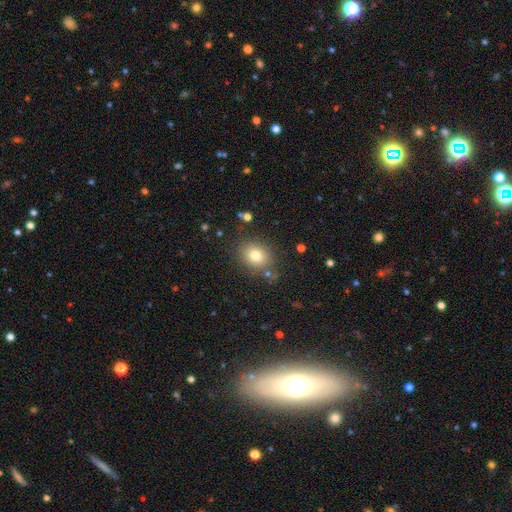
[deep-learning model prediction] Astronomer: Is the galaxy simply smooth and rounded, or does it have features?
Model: smooth — 78%.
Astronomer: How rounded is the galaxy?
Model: round — 63%.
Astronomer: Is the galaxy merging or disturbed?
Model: none — 82%.